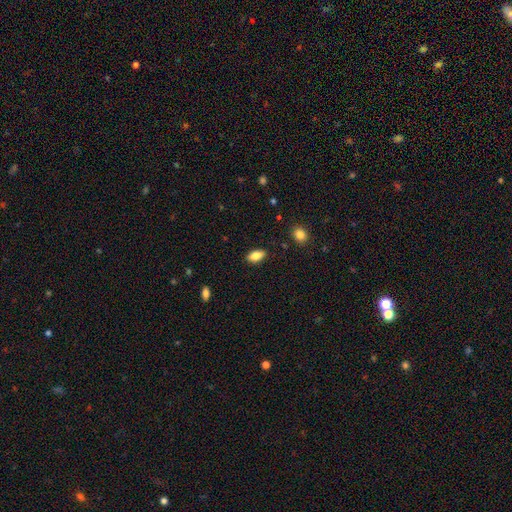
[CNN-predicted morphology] Smooth or featured: smooth — 83% (featured or disk — 9%)
How rounded: in between — 90% (cigar-shaped — 6%)
Merging: none — 87% (minor disturbance — 10%)